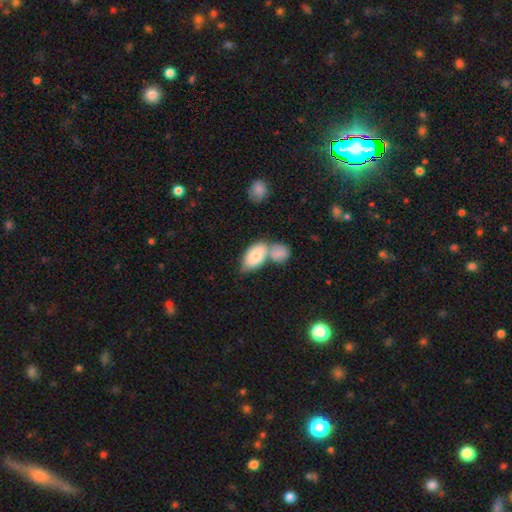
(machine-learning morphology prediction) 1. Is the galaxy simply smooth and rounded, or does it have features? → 78% smooth, 16% featured or disk, 6% star or artifact.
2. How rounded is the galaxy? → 92% in between, 5% round, 2% cigar-shaped.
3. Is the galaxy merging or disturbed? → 57% merger, 27% none, 11% minor disturbance, 5% major disturbance.